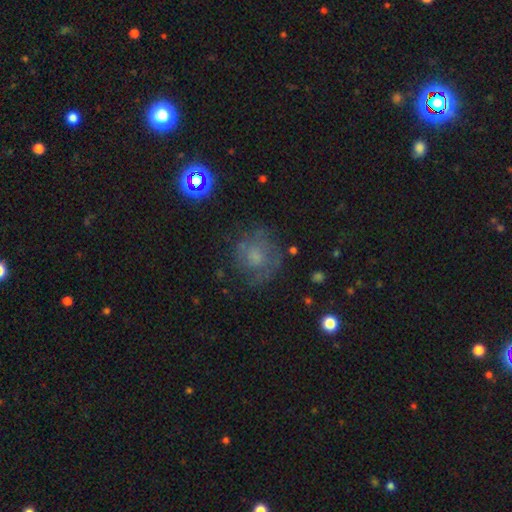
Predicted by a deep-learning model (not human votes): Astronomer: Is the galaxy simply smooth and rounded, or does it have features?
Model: featured or disk — 44% (runner-up: smooth, 40%).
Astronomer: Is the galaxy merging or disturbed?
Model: none — 63%.